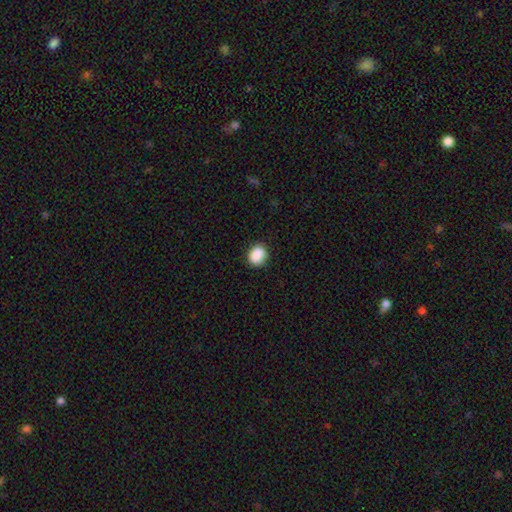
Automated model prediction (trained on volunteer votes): The model was most divided on "how rounded": round: 65%, in between: 34%, cigar-shaped: 1%. More confident: smooth or featured — smooth (88%); merging — none (83%).